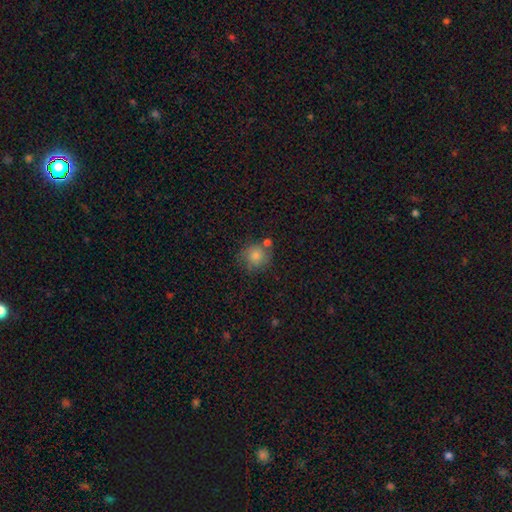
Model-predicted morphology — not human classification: The model was most divided on "merging": none: 59%, minor disturbance: 18%, merger: 16%, major disturbance: 7%. More confident: how rounded — round (87%); smooth or featured — smooth (80%).